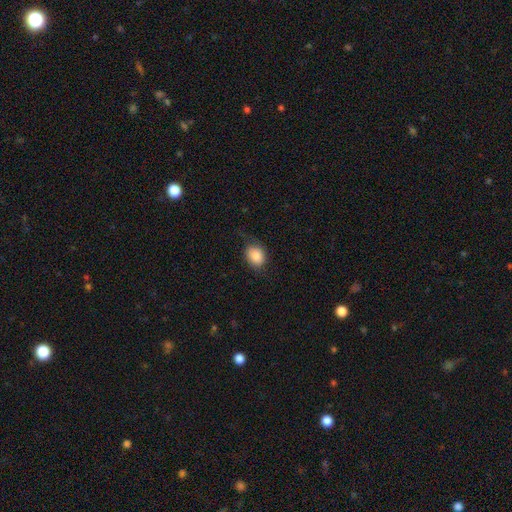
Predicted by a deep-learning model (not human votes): smooth_or_featured: smooth (p=0.84) [alt: star or artifact p=0.08]
how_rounded: in between (p=0.53) [alt: round p=0.46]
merging: none (p=0.68) [alt: minor disturbance p=0.23]